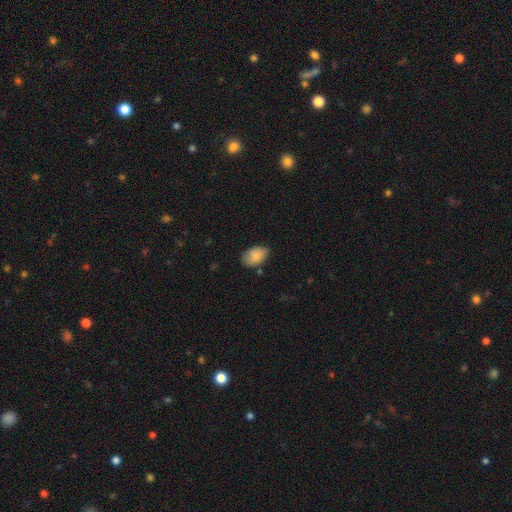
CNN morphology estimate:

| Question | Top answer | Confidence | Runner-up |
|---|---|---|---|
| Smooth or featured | smooth | 84% | featured or disk (9%) |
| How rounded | in between | 88% | round (11%) |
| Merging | none | 69% | minor disturbance (25%) |